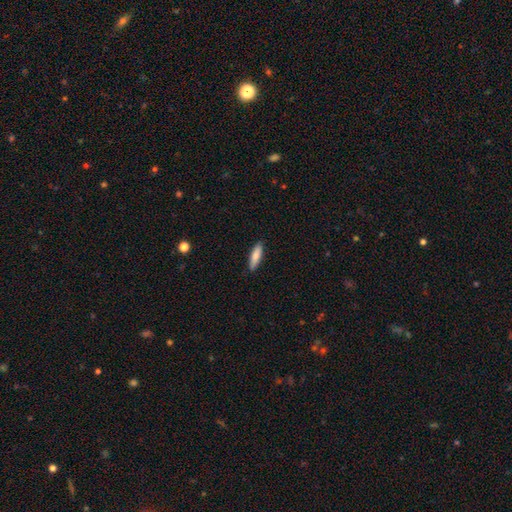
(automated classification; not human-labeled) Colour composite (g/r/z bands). It shows a smooth galaxy with no disk features (82%) that is cigar-shaped (67%). Merging: none (88%).